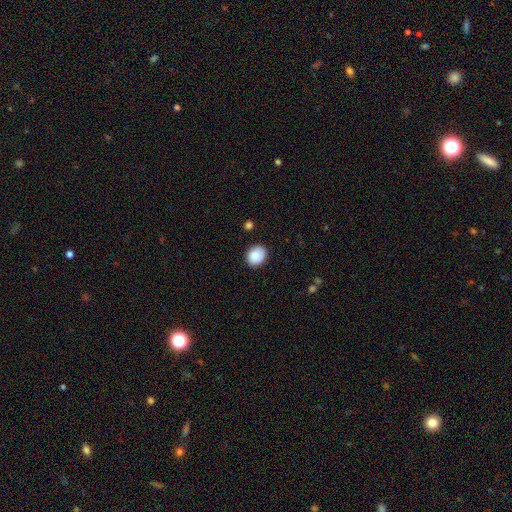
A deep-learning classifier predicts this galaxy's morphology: The model was most divided on "how rounded": round: 59%, in between: 40%, cigar-shaped: 1%. More confident: smooth or featured — smooth (88%); merging — none (87%).